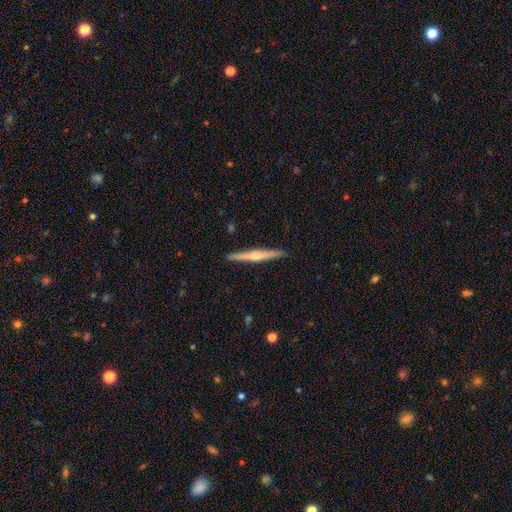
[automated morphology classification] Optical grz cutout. It shows a featured or disk galaxy (72%) viewed edge-on (98%) with a rounded central bulge (84%). Merging: none (92%).